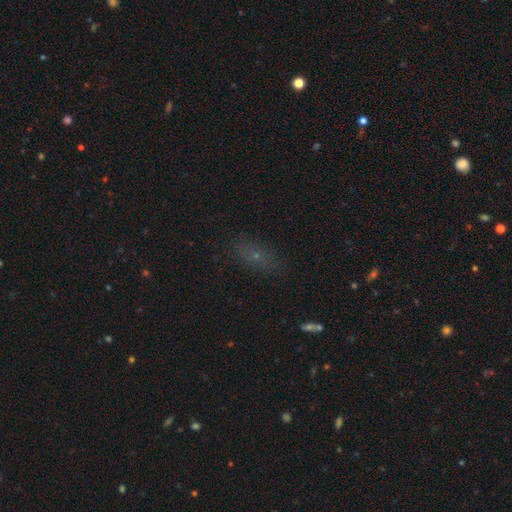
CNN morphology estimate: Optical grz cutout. It shows a smooth galaxy with no disk features (54%) that is in between round and cigar-shaped (74%). Merging: none (80%).